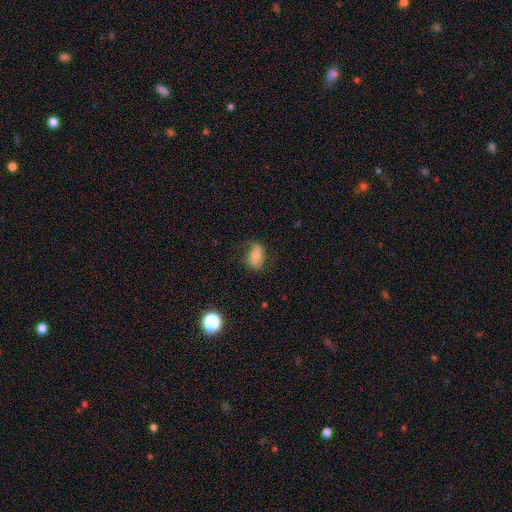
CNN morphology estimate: Smooth or featured? smooth (67%)
How rounded? in between (86%)
Merging? none (54%)